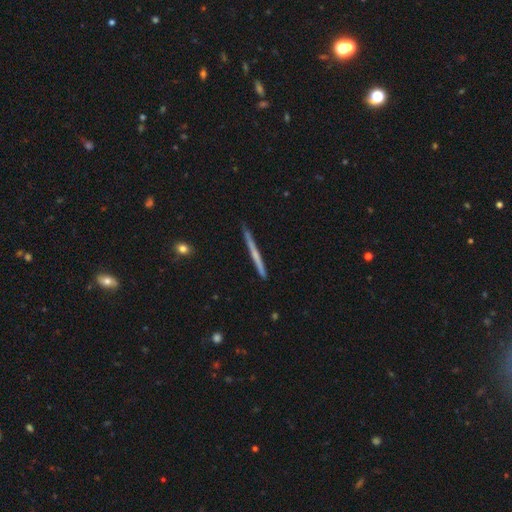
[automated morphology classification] A featured or disk galaxy (56%) viewed edge-on (98%) with no central bulge (72%).

Vote fractions:
- Smooth or featured? featured or disk: 56% / smooth: 38% / star or artifact: 6%
- Edge-on disk? yes: 98% / no: 2%
- Edge-on bulge? none: 72% / rounded: 23% / boxy: 6%
- Merging? none: 88% / minor disturbance: 9% / major disturbance: 1% / merger: 1%